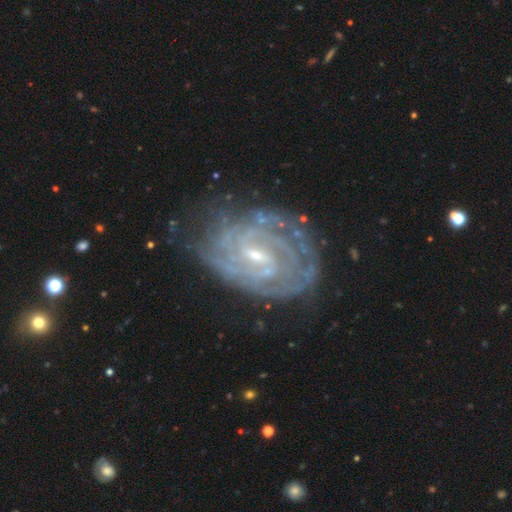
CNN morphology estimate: This appears to be a featured or disk galaxy (88%) with a weak bar (57%), tight (75%) spiral arms (96%) and a small central bulge (63%). Merging: none (69%).